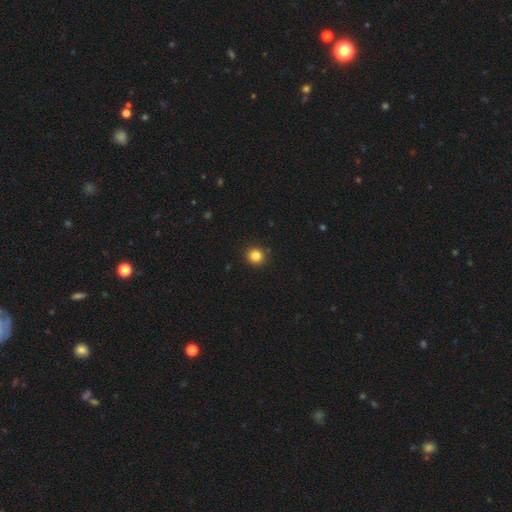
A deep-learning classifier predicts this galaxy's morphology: A smooth galaxy with no disk features (84%) that is round (92%). Merging: none (91%).